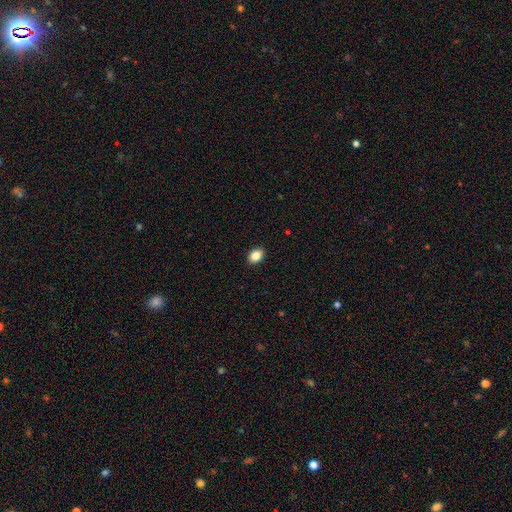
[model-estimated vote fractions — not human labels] Morphology: type=smooth (86%); roundness=in between (72%); merging=none (91%).